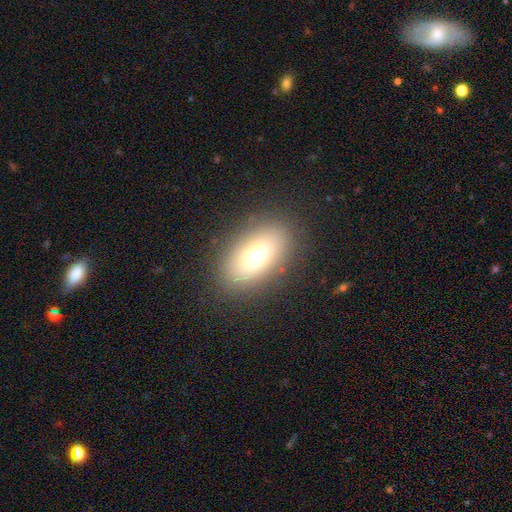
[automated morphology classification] Smooth or featured? Predicted: smooth (p=0.71). How rounded? Predicted: in between (p=0.88). Merging? Predicted: none (p=0.84).